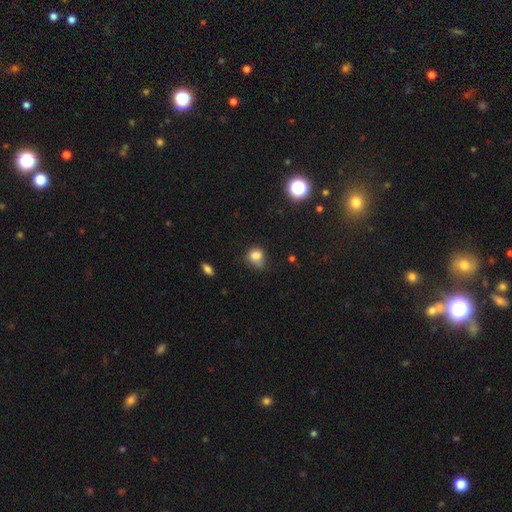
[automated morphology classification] Smooth or featured?
  - smooth: 79% *
  - star or artifact: 12%
  - featured or disk: 9%
How rounded?
  - round: 63% *
  - in between: 36%
  - cigar-shaped: 1%
Merging?
  - none: 45% *
  - minor disturbance: 35%
  - major disturbance: 13%
  - merger: 6%